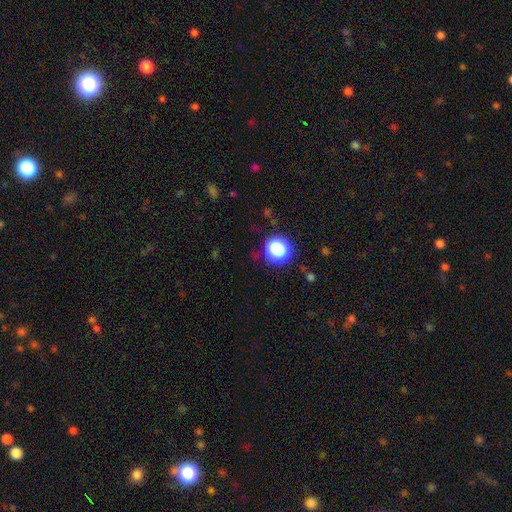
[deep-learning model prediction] A smooth galaxy with no disk features (57%) that is round (87%).

Vote fractions:
- Smooth or featured? smooth: 57% / star or artifact: 36% / featured or disk: 8%
- How rounded? round: 87% / in between: 12% / cigar-shaped: 1%
- Merging? none: 78% / minor disturbance: 12% / major disturbance: 7% / merger: 4%